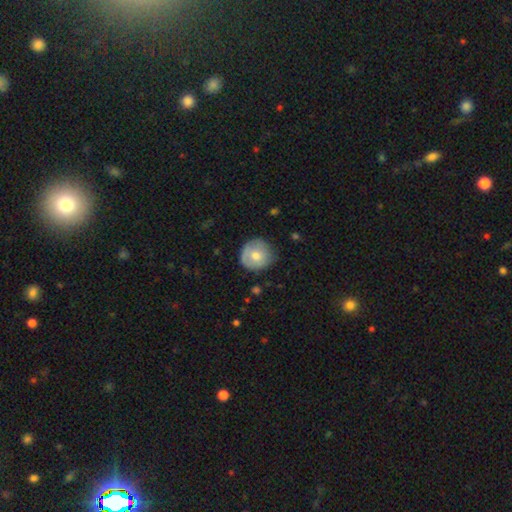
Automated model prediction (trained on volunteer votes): Smooth or featured? smooth (67%)
How rounded? round (92%)
Merging? none (74%)